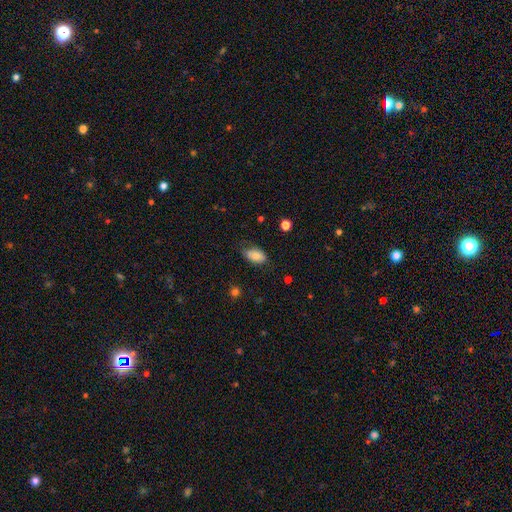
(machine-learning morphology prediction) smooth-or-featured: smooth: 79% | featured or disk: 13% | star or artifact: 8%
  how-rounded: in between: 92% | round: 6% | cigar-shaped: 2%
  merging: none: 65% | minor disturbance: 27% | major disturbance: 6% | merger: 2%